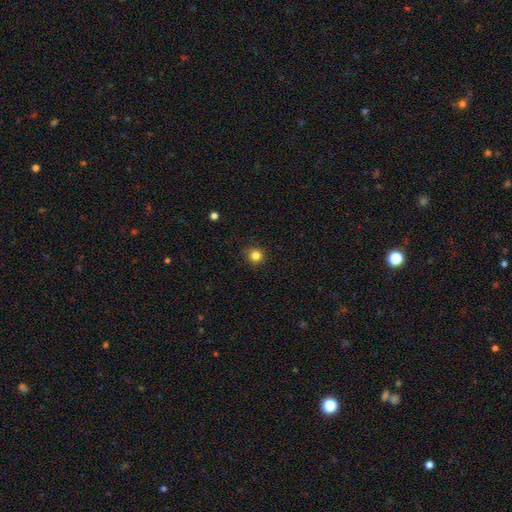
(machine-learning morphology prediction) Smooth or featured? smooth (83%)
How rounded? round (93%)
Merging? none (88%)